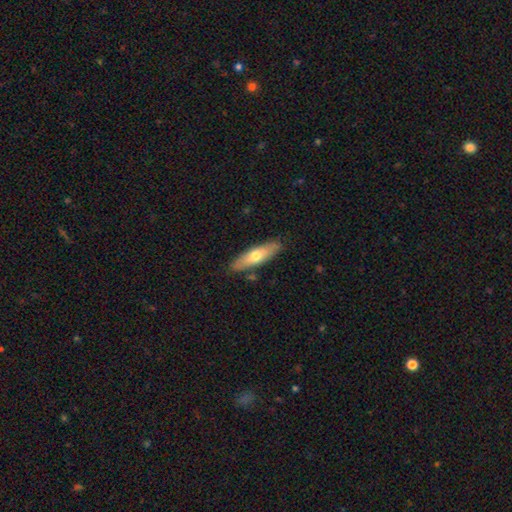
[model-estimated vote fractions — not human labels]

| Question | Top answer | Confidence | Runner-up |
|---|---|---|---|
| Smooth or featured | smooth | 57% | featured or disk (37%) |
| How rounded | cigar-shaped | 60% | in between (38%) |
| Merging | none | 85% | minor disturbance (11%) |